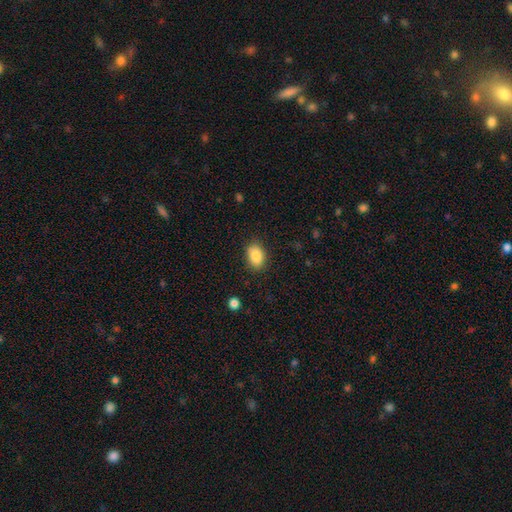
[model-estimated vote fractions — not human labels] The model was most divided on "how rounded": in between: 82%, round: 17%, cigar-shaped: 1%. More confident: smooth or featured — smooth (86%); merging — none (84%).